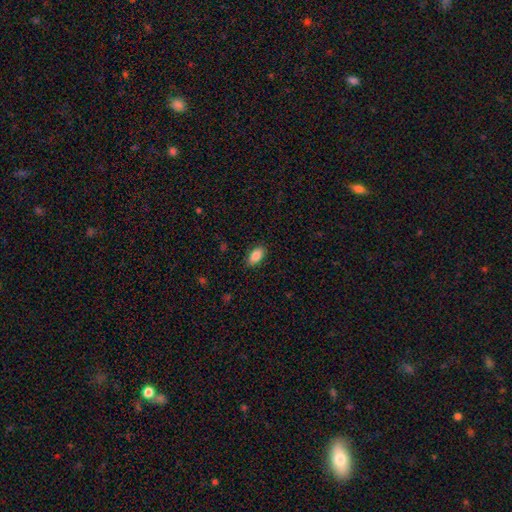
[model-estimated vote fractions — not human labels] smooth_or_featured: smooth (p=0.86) [alt: star or artifact p=0.07]
how_rounded: in between (p=0.92) [alt: round p=0.04]
merging: none (p=0.87) [alt: minor disturbance p=0.09]